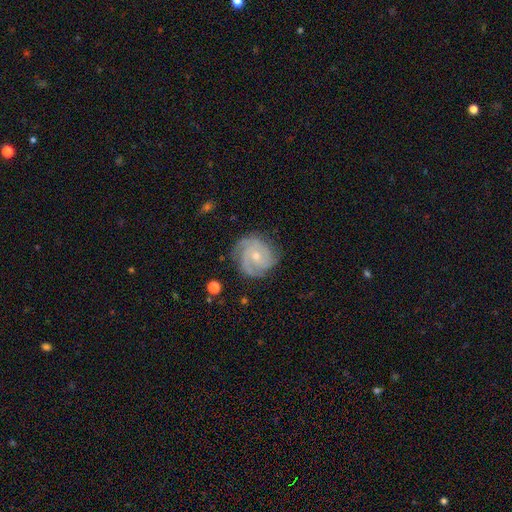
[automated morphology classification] smooth_or_featured: featured or disk (p=0.85) [alt: smooth p=0.10]
disk_edge_on: no (p=0.98) [alt: yes p=0.02]
bar: no (p=0.67) [alt: weak p=0.28]
has_spiral_arms: yes (p=0.97) [alt: no p=0.03]
spiral_winding: tight (p=0.60) [alt: medium p=0.34]
spiral_arm_count: 3 (p=0.51) [alt: 2 p=0.15]
bulge_size: small (p=0.56) [alt: moderate p=0.41]
merging: none (p=0.75) [alt: minor disturbance p=0.18]